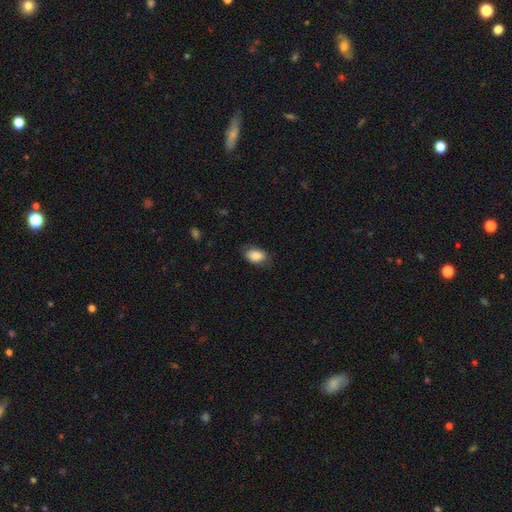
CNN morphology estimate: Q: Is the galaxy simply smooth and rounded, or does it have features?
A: smooth — 87%.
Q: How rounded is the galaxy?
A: in between — 89%.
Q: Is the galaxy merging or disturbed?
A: none — 76%.